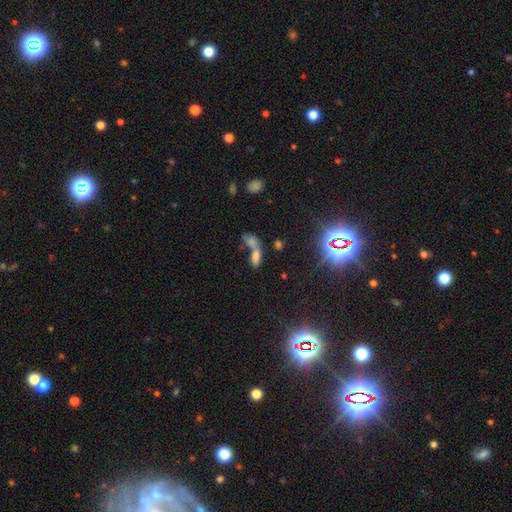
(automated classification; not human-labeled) smooth_or_featured: smooth (p=0.65) [alt: star or artifact p=0.20]
how_rounded: in between (p=0.81) [alt: cigar-shaped p=0.13]
merging: merger (p=0.65) [alt: none p=0.23]